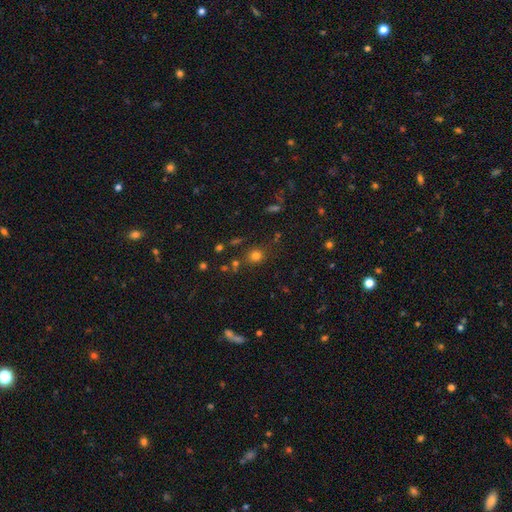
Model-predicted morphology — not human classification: The model was most divided on "smooth or featured": smooth: 74%, star or artifact: 19%, featured or disk: 7%. More confident: how rounded — round (81%); merging — none (79%).